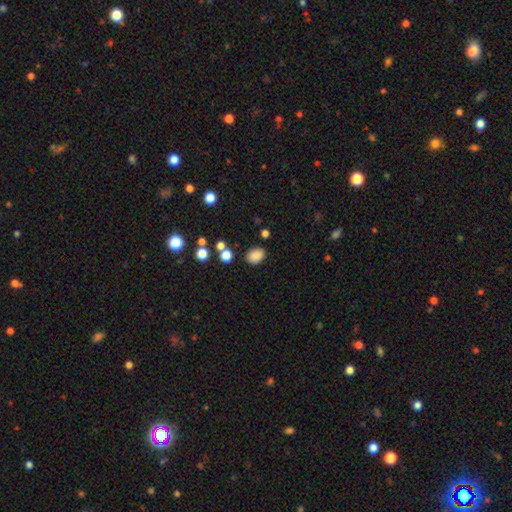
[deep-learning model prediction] Morphology: type=smooth (85%); roundness=in between (69%); merging=none (80%).